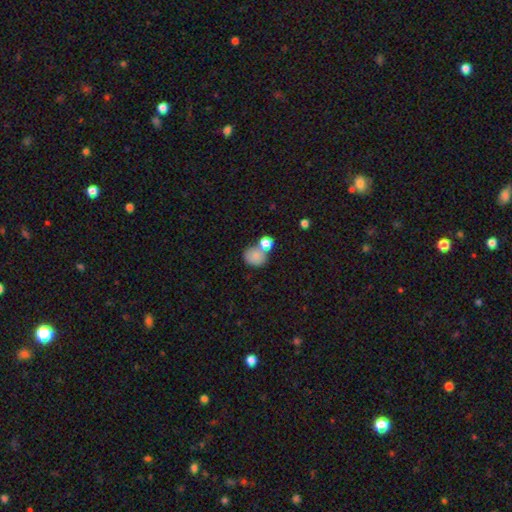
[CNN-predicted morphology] smooth_or_featured: smooth (p=0.82) [alt: star or artifact p=0.10]
how_rounded: round (p=0.69) [alt: in between p=0.30]
merging: none (p=0.46) [alt: merger p=0.37]